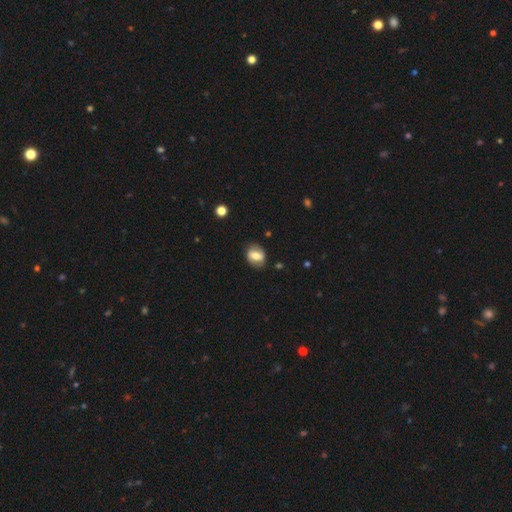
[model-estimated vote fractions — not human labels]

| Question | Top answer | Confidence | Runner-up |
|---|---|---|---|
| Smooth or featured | smooth | 58% | featured or disk (34%) |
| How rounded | in between | 57% | round (41%) |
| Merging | none | 79% | minor disturbance (15%) |